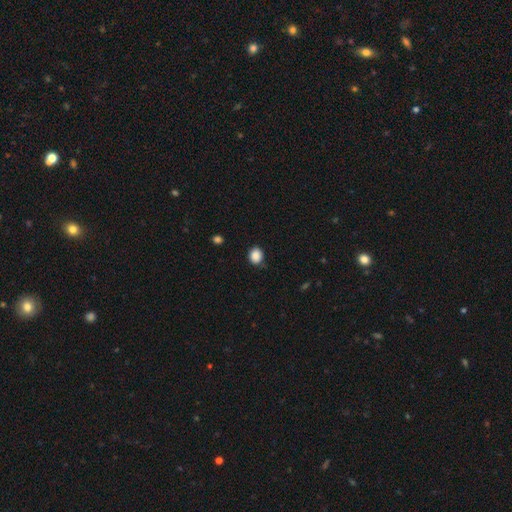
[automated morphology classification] Smooth or featured?
  - smooth: 88% *
  - star or artifact: 9%
  - featured or disk: 3%
How rounded?
  - round: 66% *
  - in between: 33%
  - cigar-shaped: 1%
Merging?
  - none: 84% *
  - minor disturbance: 12%
  - major disturbance: 3%
  - merger: 1%